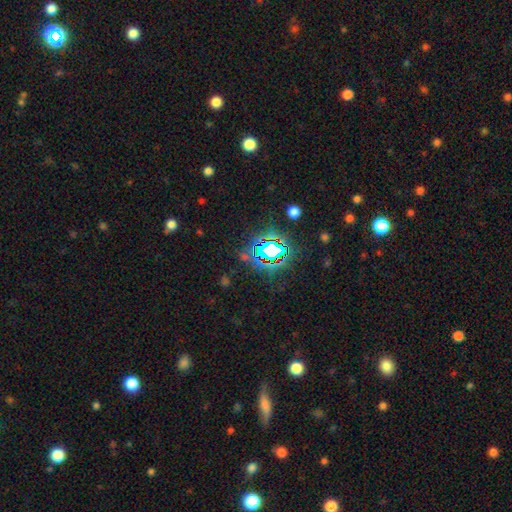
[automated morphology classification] Overall: star or artifact (74%).